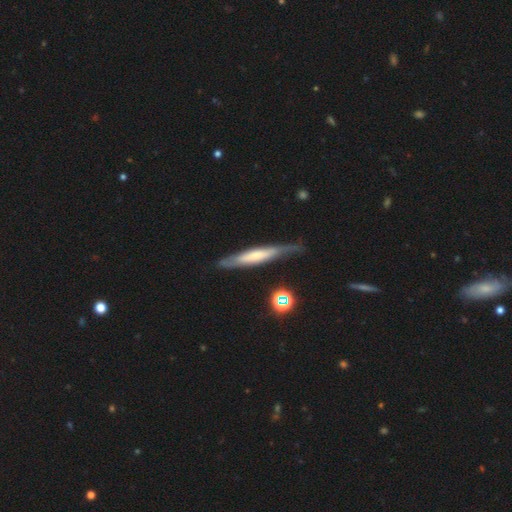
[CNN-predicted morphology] Smooth or featured?
  - featured or disk: 53% *
  - smooth: 40%
  - star or artifact: 7%
Edge-on disk?
  - yes: 83% *
  - no: 17%
Merging?
  - none: 71% *
  - minor disturbance: 20%
  - major disturbance: 6%
  - merger: 3%